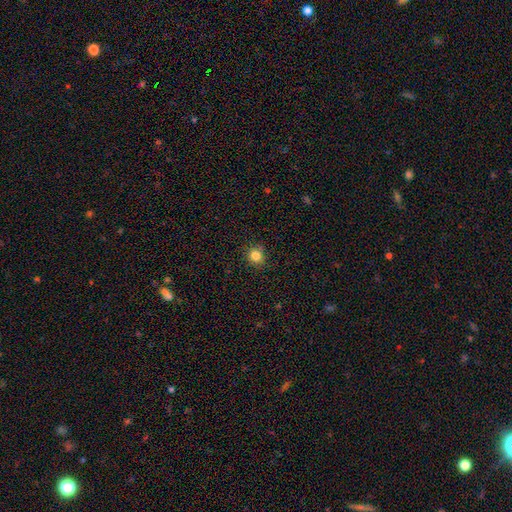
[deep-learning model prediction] A smooth galaxy with no disk features (83%) that is round (88%).

Vote fractions:
- Smooth or featured? smooth: 83% / star or artifact: 12% / featured or disk: 5%
- How rounded? round: 88% / in between: 11% / cigar-shaped: 1%
- Merging? none: 86% / minor disturbance: 10% / major disturbance: 2% / merger: 1%